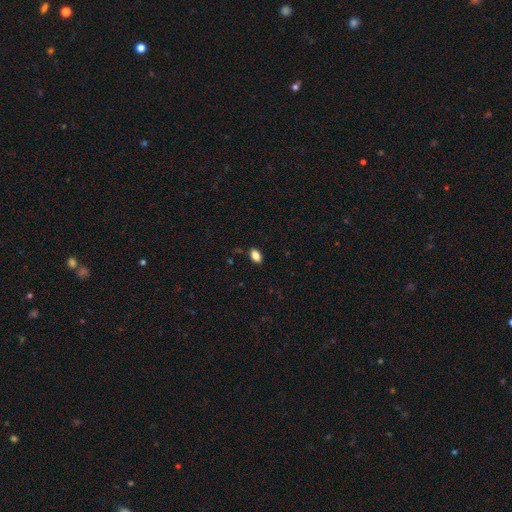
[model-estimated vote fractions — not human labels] Q: Smooth or featured?
A: smooth (85%); runner-up: star or artifact (9%)
Q: How rounded?
A: in between (91%); runner-up: round (6%)
Q: Merging?
A: none (87%); runner-up: minor disturbance (10%)